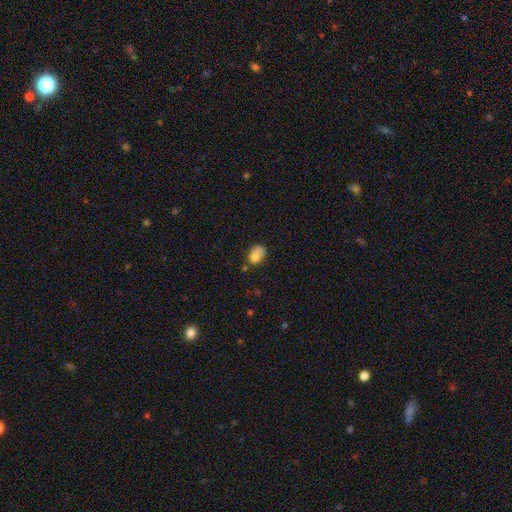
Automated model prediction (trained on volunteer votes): Morphology: type=smooth (78%); roundness=in between (76%); merging=none (43%).